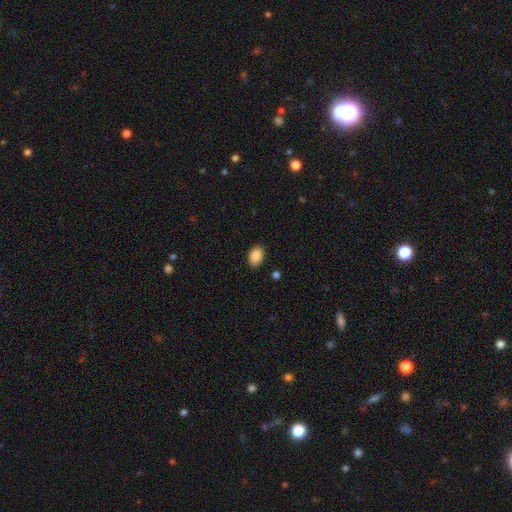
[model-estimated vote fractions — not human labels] Morphology: type=smooth (88%); roundness=in between (87%); merging=none (89%).